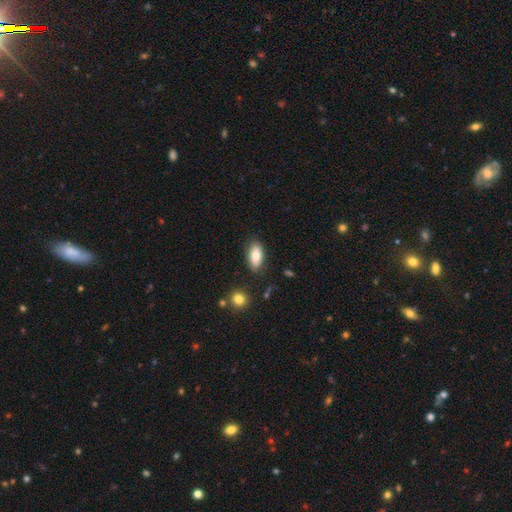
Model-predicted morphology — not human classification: Smooth or featured: smooth — 76% (featured or disk — 17%)
How rounded: in between — 90% (cigar-shaped — 7%)
Merging: none — 82% (minor disturbance — 13%)